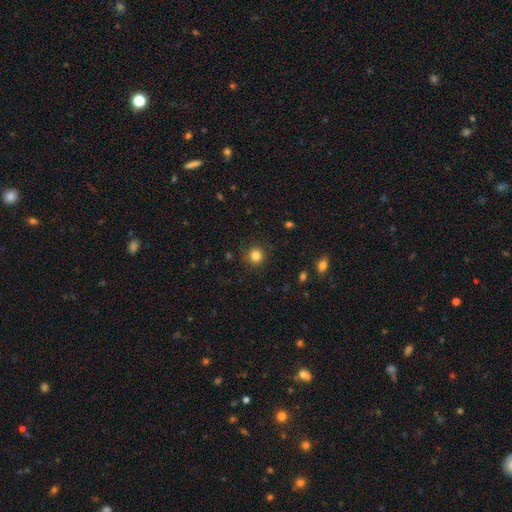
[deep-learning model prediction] Q: Smooth or featured?
A: smooth (83%); runner-up: star or artifact (12%)
Q: How rounded?
A: round (93%); runner-up: in between (6%)
Q: Merging?
A: none (87%); runner-up: minor disturbance (8%)